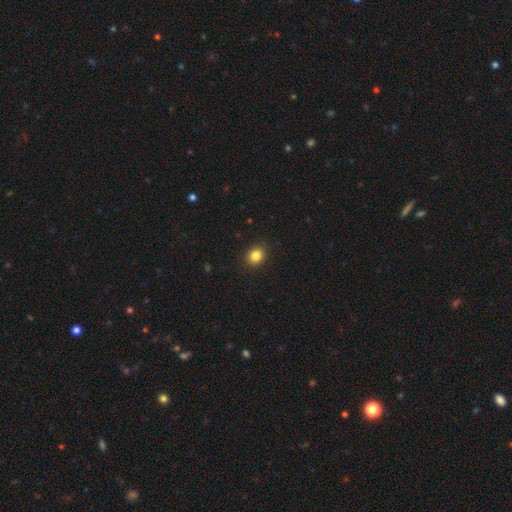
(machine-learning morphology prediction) Smooth or featured: smooth — 84% (star or artifact — 11%)
How rounded: round — 63% (in between — 36%)
Merging: none — 90% (minor disturbance — 7%)